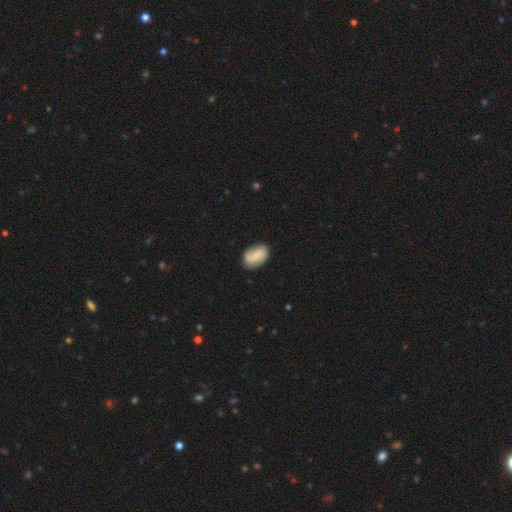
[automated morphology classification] Smooth or featured? smooth (50%)
How rounded? in between (85%)
Merging? none (79%)